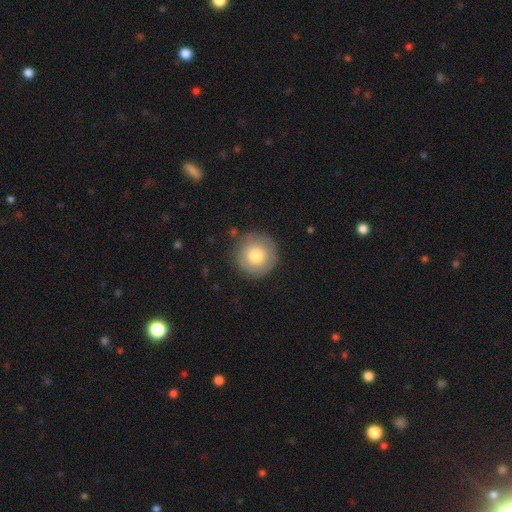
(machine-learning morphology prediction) A smooth galaxy with no disk features (75%) that is round (96%). Merging: none (84%).